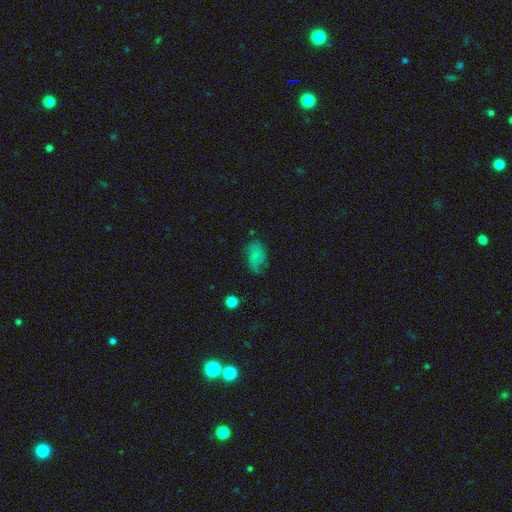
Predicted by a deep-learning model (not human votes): Smooth or featured: smooth — 55% (featured or disk — 33%)
How rounded: in between — 88% (round — 10%)
Merging: none — 55% (minor disturbance — 28%)